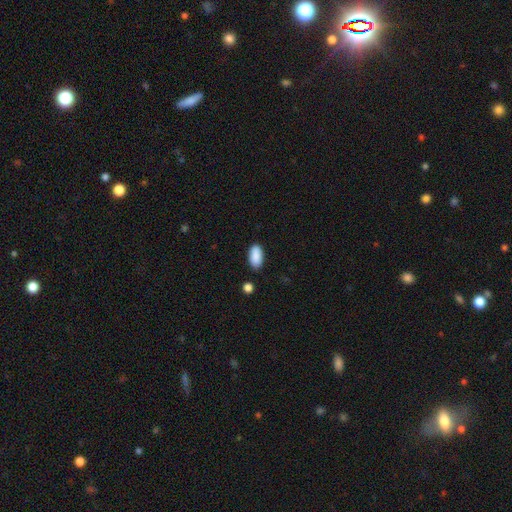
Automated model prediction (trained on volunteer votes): Smooth or featured: smooth — 90% (star or artifact — 7%)
How rounded: in between — 93% (cigar-shaped — 5%)
Merging: none — 84% (minor disturbance — 11%)